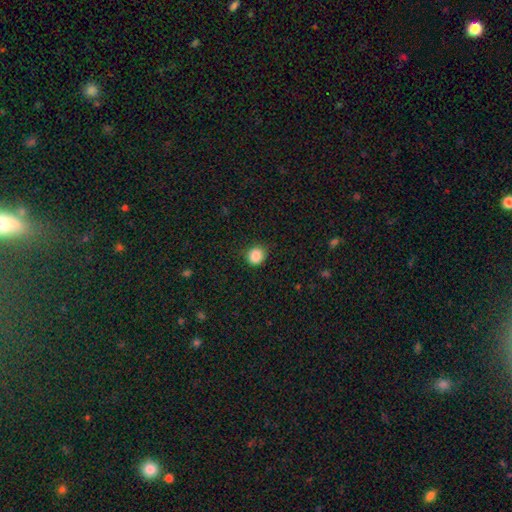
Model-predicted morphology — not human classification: Q: Smooth or featured?
A: smooth (87%); runner-up: star or artifact (10%)
Q: How rounded?
A: round (83%); runner-up: in between (16%)
Q: Merging?
A: none (86%); runner-up: minor disturbance (10%)